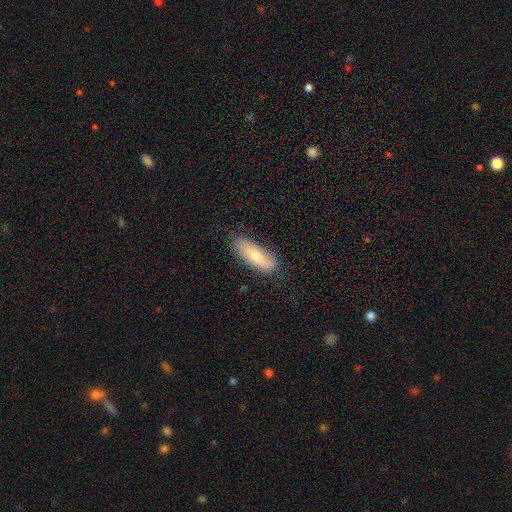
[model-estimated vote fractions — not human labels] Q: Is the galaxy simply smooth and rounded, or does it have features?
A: smooth — 63%.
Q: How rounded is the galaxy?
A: in between — 69%.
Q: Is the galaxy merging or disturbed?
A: none — 76%.